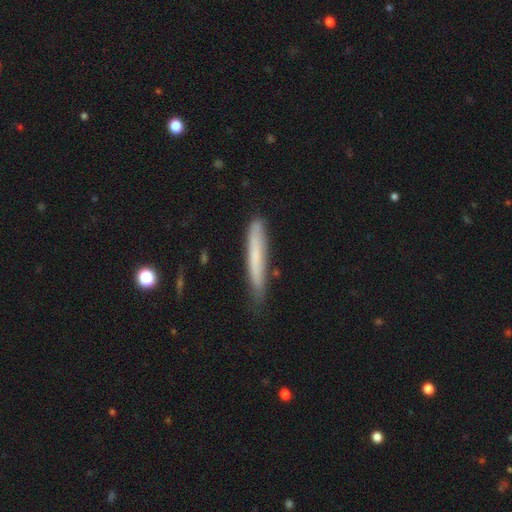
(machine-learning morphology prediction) type=smooth (62%); roundness=cigar-shaped (94%); merging=none (71%).